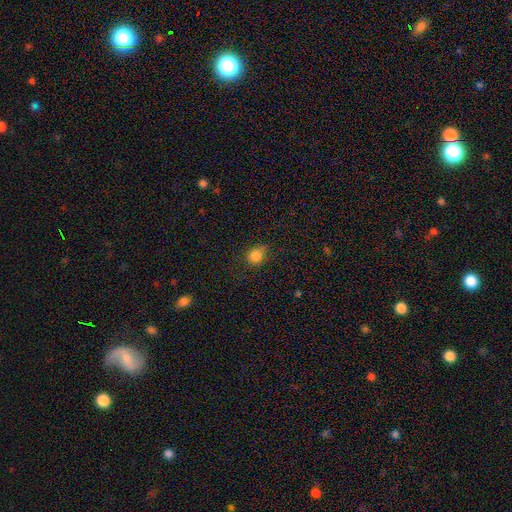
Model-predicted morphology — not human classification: smooth-or-featured: smooth: 82% | star or artifact: 13% | featured or disk: 5%
  how-rounded: round: 77% | in between: 22% | cigar-shaped: 1%
  merging: none: 67% | minor disturbance: 23% | major disturbance: 7% | merger: 2%